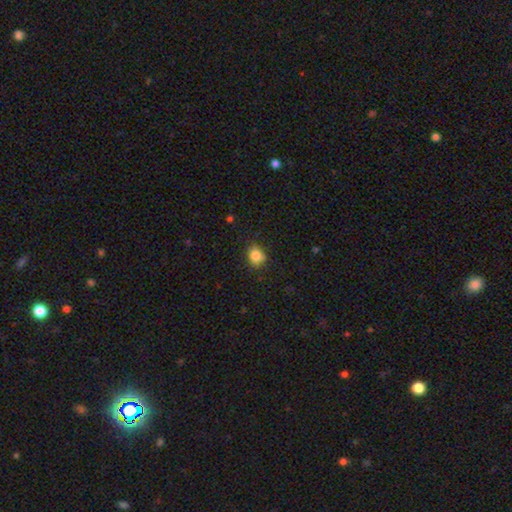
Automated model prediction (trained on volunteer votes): smooth-or-featured: smooth: 83% | star or artifact: 11% | featured or disk: 6%
  how-rounded: round: 60% | in between: 39% | cigar-shaped: 1%
  merging: none: 78% | minor disturbance: 16% | major disturbance: 3% | merger: 2%